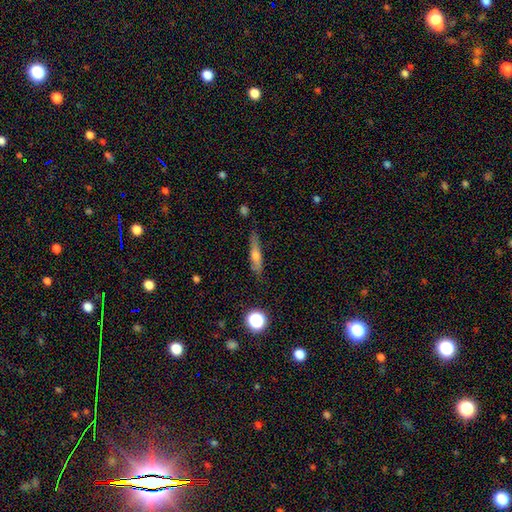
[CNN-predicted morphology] Smooth or featured? smooth (52%)
How rounded? cigar-shaped (80%)
Merging? none (79%)